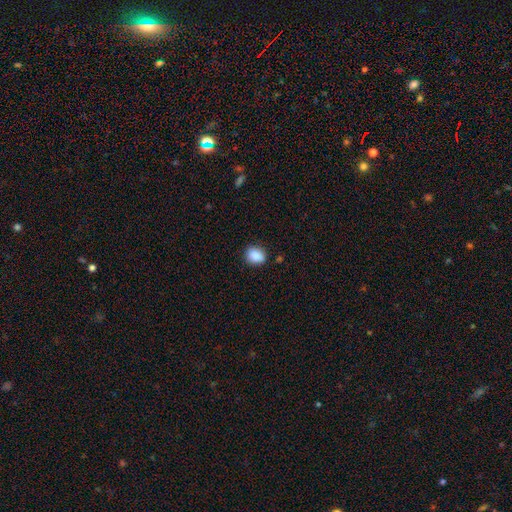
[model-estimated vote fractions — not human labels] Smooth or featured? smooth (88%)
How rounded? in between (53%)
Merging? none (80%)